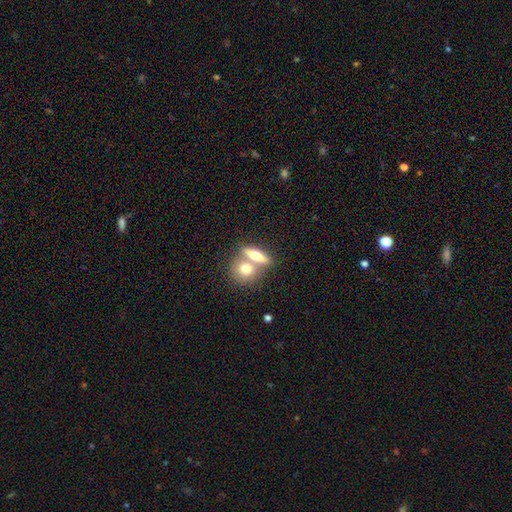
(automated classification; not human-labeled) Overall: smooth (64%; featured or disk 30%). How rounded: in between (48%; cigar-shaped 29%). Merging: merger (48%; none 42%).